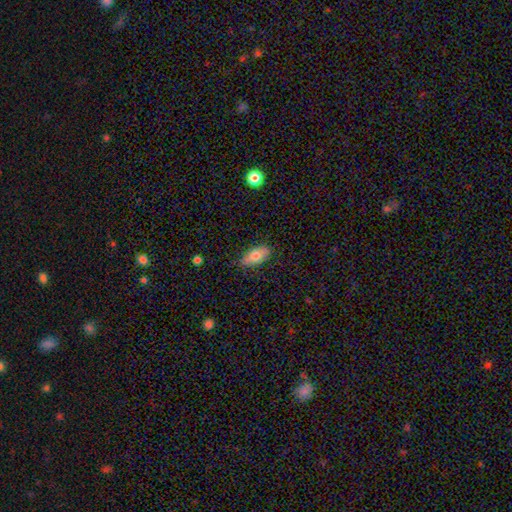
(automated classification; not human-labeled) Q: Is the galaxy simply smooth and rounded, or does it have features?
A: smooth — 74%.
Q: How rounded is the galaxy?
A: in between — 89%.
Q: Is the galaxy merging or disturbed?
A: none — 81%.